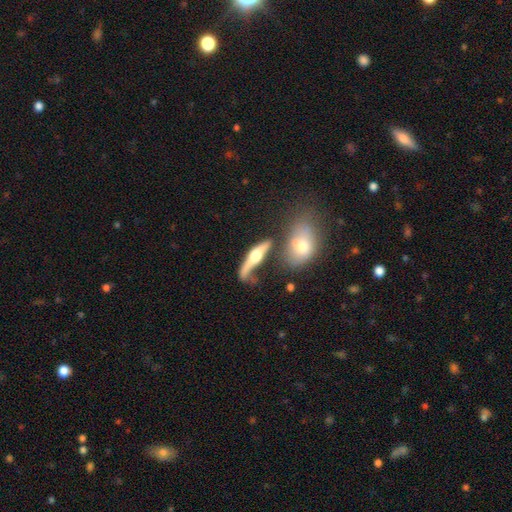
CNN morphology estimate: This appears to be a featured or disk galaxy (62%) viewed edge-on (82%) with a rounded central bulge (92%). Merging: none (38%).